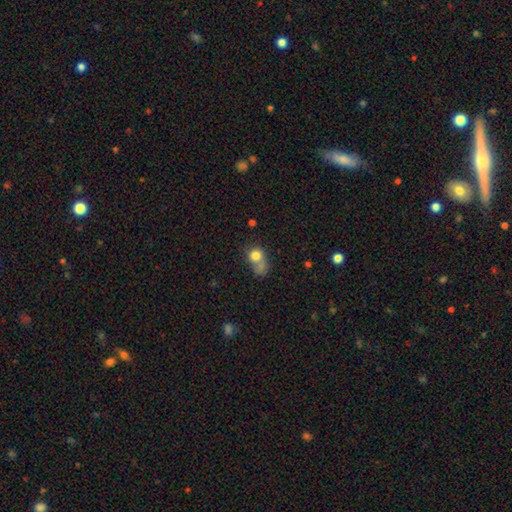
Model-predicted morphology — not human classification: Smooth or featured?
  - smooth: 76% *
  - featured or disk: 13%
  - star or artifact: 11%
How rounded?
  - round: 65% *
  - in between: 34%
  - cigar-shaped: 1%
Merging?
  - merger: 42% *
  - none: 24%
  - major disturbance: 19%
  - minor disturbance: 16%